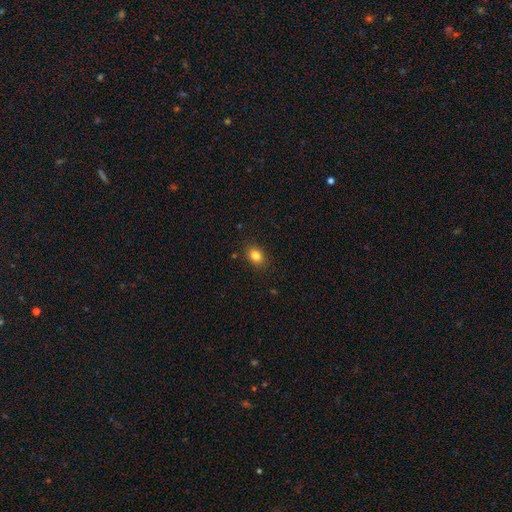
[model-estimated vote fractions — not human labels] Smooth or featured: smooth — 83% (star or artifact — 10%)
How rounded: in between — 68% (round — 31%)
Merging: none — 86% (minor disturbance — 10%)